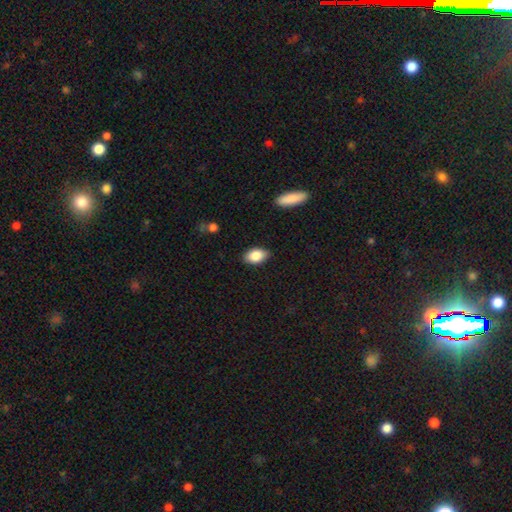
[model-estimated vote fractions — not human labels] A smooth galaxy with no disk features (84%) that is in between round and cigar-shaped (90%).

Vote fractions:
- Smooth or featured? smooth: 84% / featured or disk: 9% / star or artifact: 7%
- How rounded? in between: 90% / round: 8% / cigar-shaped: 2%
- Merging? none: 84% / minor disturbance: 12% / major disturbance: 2% / merger: 1%